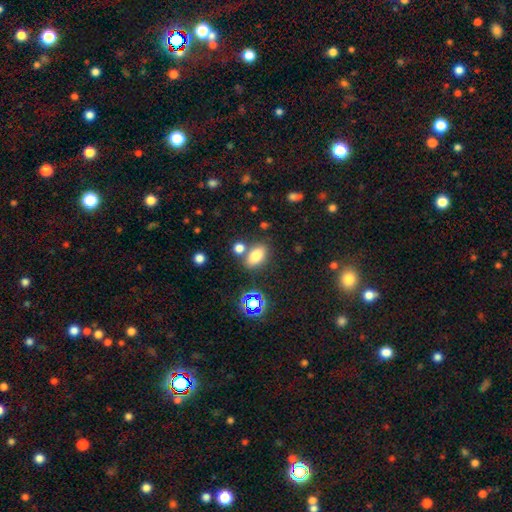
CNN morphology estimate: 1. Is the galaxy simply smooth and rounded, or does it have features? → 74% smooth, 16% star or artifact, 9% featured or disk.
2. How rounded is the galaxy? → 82% in between, 15% round, 4% cigar-shaped.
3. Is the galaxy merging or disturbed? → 69% none, 15% merger, 12% minor disturbance, 4% major disturbance.